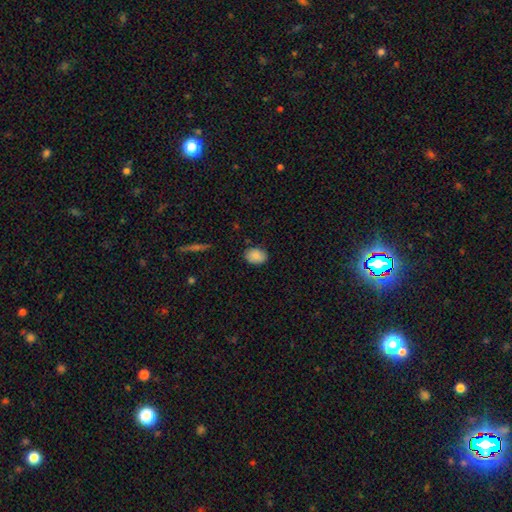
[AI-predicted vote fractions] Smooth or featured? smooth (87%)
How rounded? in between (67%)
Merging? none (82%)